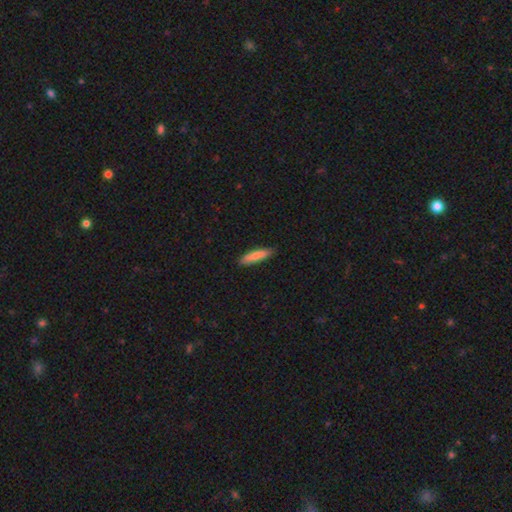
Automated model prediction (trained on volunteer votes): Q: Smooth or featured?
A: smooth (83%); runner-up: featured or disk (11%)
Q: How rounded?
A: cigar-shaped (81%); runner-up: in between (18%)
Q: Merging?
A: none (87%); runner-up: minor disturbance (10%)